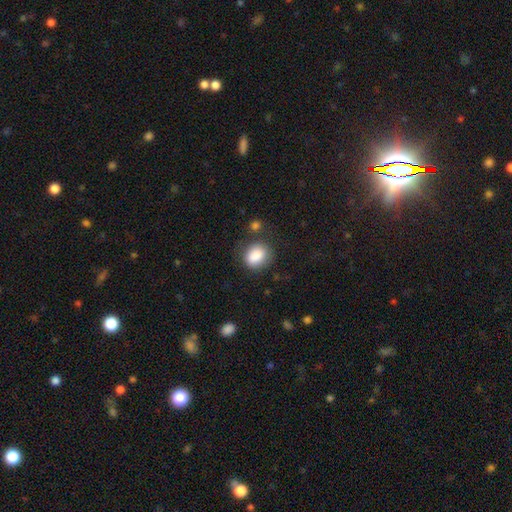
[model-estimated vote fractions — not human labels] Smooth or featured?
  - smooth: 87% *
  - star or artifact: 8%
  - featured or disk: 6%
How rounded?
  - in between: 51% *
  - round: 48%
  - cigar-shaped: 1%
Merging?
  - none: 70% *
  - minor disturbance: 18%
  - major disturbance: 6%
  - merger: 6%